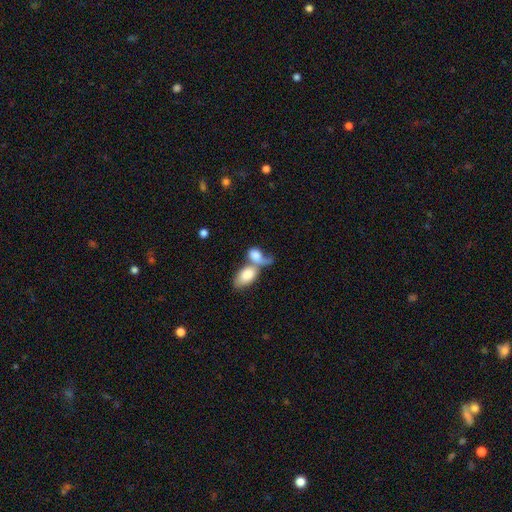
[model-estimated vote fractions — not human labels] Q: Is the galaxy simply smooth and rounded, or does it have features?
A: smooth — 73%.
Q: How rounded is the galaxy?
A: in between — 82%.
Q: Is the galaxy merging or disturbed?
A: merger — 71%.